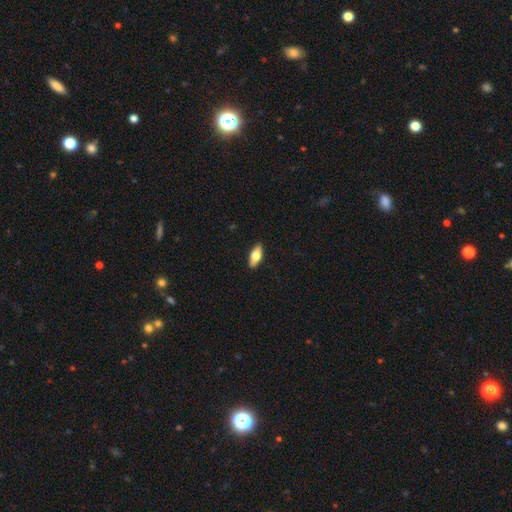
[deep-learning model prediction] smooth_or_featured: smooth (p=0.67) [alt: featured or disk p=0.27]
how_rounded: in between (p=0.80) [alt: cigar-shaped p=0.17]
merging: none (p=0.89) [alt: minor disturbance p=0.08]